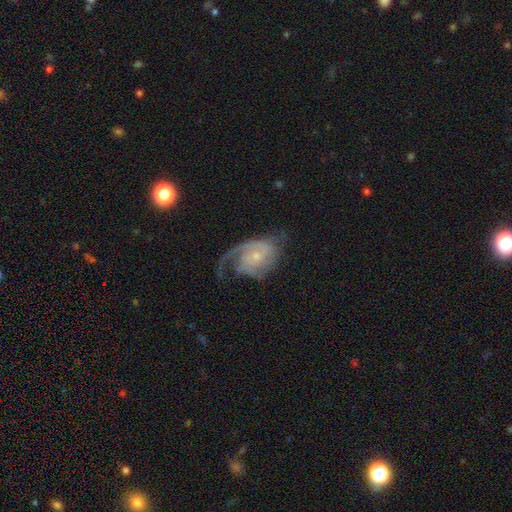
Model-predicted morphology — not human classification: This appears to be a featured or disk galaxy (81%) with no bar (68%), 1 (41%) medium (41%) spiral arms (93%) and a small central bulge (69%). Merging: none (45%).